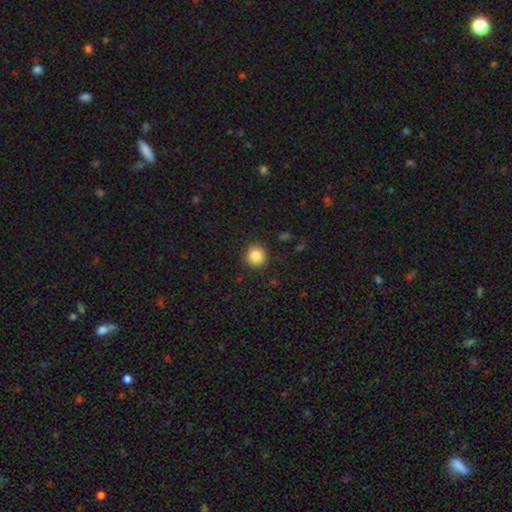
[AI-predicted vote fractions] The model was most divided on "smooth or featured": smooth: 86%, star or artifact: 10%, featured or disk: 5%. More confident: how rounded — round (93%); merging — none (91%).